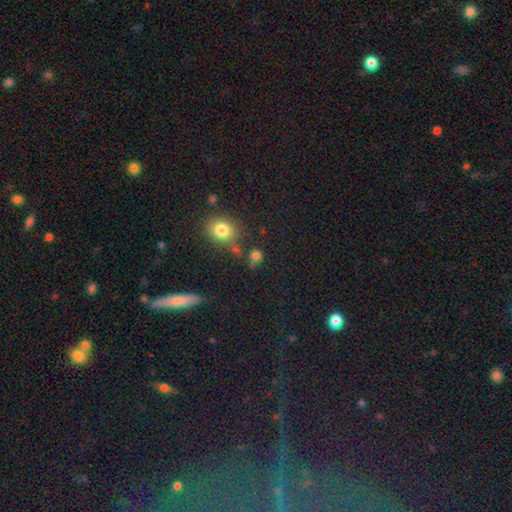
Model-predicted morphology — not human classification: smooth 77%, star or artifact 17%, featured or disk 6%. Down the decision tree: how rounded — round (80%); merging — none (68%).